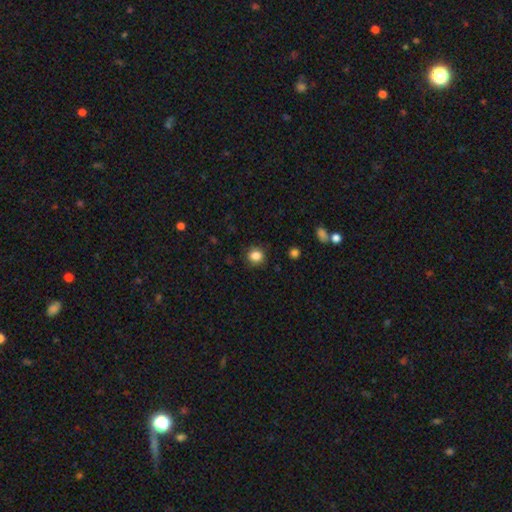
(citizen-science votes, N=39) This appears to be a smooth galaxy with no disk features (90%) that is round (89%). Merging: none (92%).